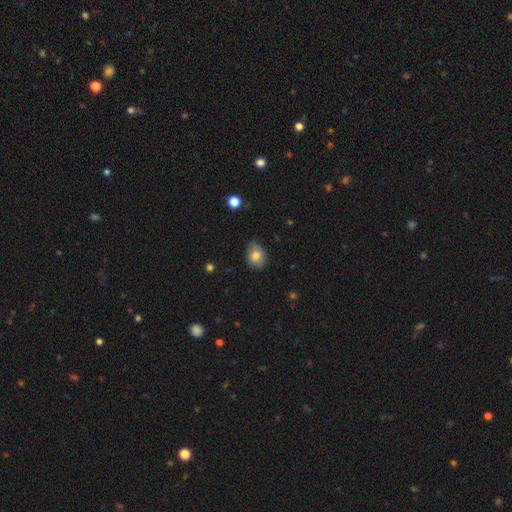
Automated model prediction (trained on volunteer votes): Overall: smooth (80%). How rounded: in between (62%; round 37%). Merging: none (75%).